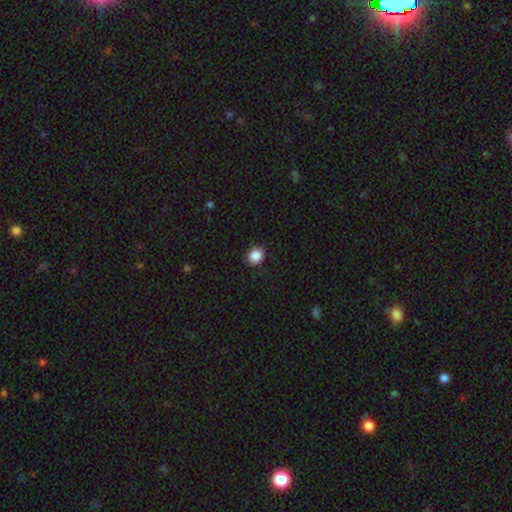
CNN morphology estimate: type=smooth (88%); roundness=round (80%); merging=none (89%).